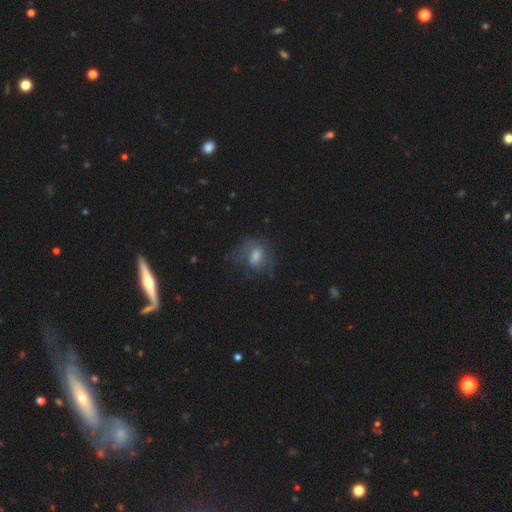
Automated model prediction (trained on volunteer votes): A smooth galaxy with no disk features (50%) that is in between round and cigar-shaped (68%). Merging: none (48%).